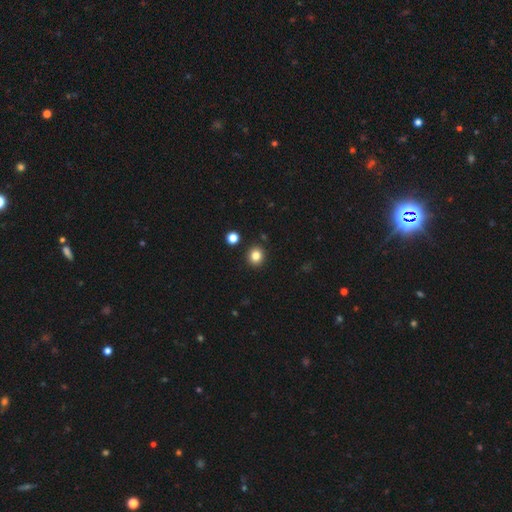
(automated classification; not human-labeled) This is clearly a smooth galaxy (83%). How rounded: clearly round (85%). Merging: clearly none (90%).